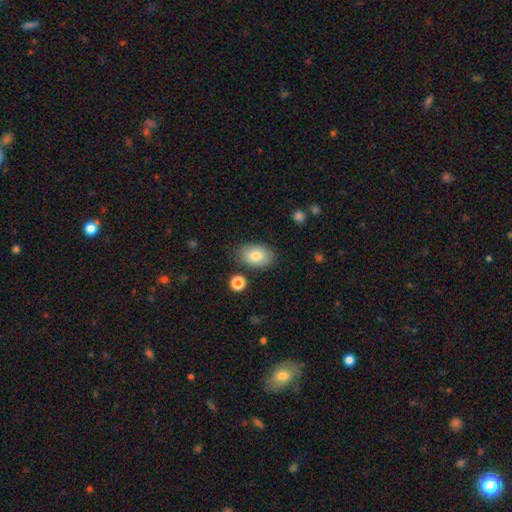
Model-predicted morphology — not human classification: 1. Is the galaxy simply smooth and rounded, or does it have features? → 81% smooth, 11% featured or disk, 7% star or artifact.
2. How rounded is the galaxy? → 87% in between, 12% round, 1% cigar-shaped.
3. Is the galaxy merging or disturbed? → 79% none, 14% minor disturbance, 4% major disturbance, 3% merger.